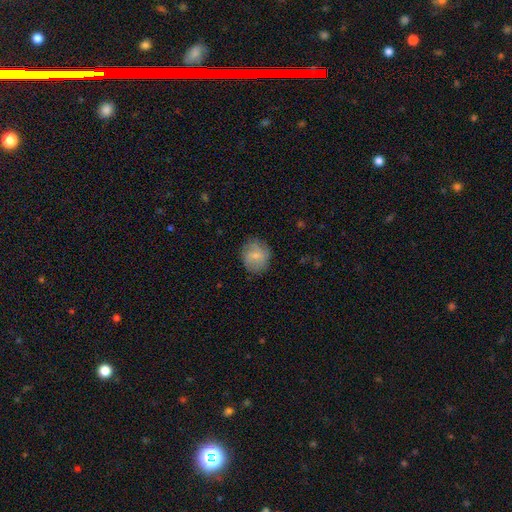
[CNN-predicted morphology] smooth 62%, featured or disk 30%, star or artifact 8%. Down the decision tree: how rounded — round (77%); merging — none (77%).